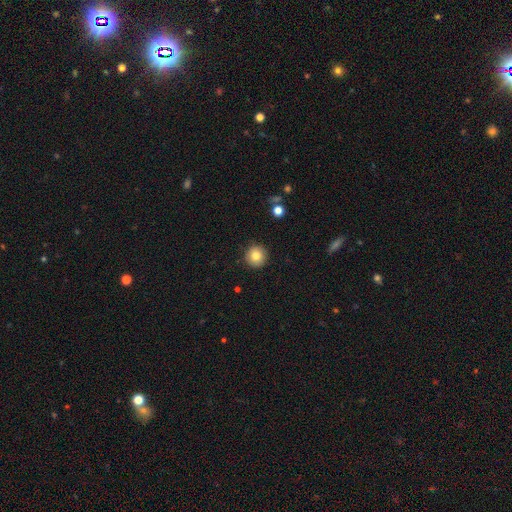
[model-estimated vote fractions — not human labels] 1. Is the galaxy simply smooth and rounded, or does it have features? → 82% smooth, 10% star or artifact, 9% featured or disk.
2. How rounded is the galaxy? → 95% round, 4% in between, 1% cigar-shaped.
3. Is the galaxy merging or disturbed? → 91% none, 6% minor disturbance, 2% major disturbance, 1% merger.